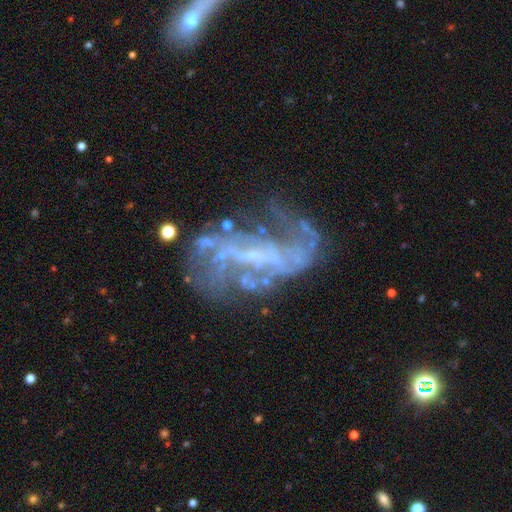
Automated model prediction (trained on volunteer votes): smooth-or-featured: featured or disk: 80% | star or artifact: 12% | smooth: 8%
  disk-edge-on: no: 96% | yes: 4%
    bar: weak: 38% | no: 33% | strong: 29%
    has-spiral-arms: yes: 71% | no: 29%
      spiral-winding: loose: 48% | medium: 34% | tight: 18%
      spiral-arm-count: 2: 40% | can't tell: 34% | 3: 10% | 1: 6% | 4: 5% | more than 4: 4%
    bulge-size: small: 47% | none: 38% | moderate: 12% | large: 2% | dominant: 1%
  merging: none: 43% | major disturbance: 31% | minor disturbance: 18% | merger: 8%